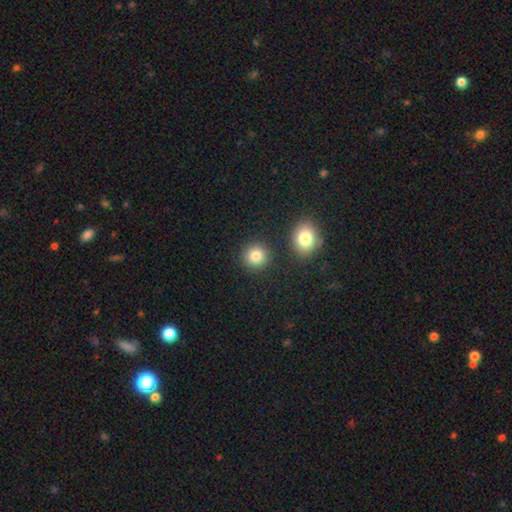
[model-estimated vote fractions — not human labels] smooth 84%, star or artifact 10%, featured or disk 6%. Down the decision tree: how rounded — round (90%); merging — none (86%).